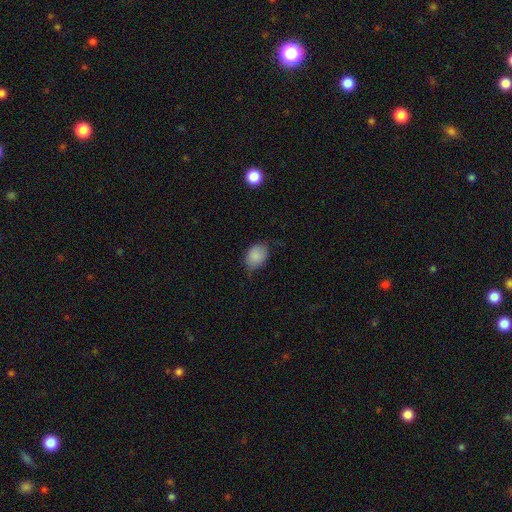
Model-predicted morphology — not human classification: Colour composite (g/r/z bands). It shows a smooth galaxy with no disk features (86%) that is in between round and cigar-shaped (69%). Merging: none (57%).